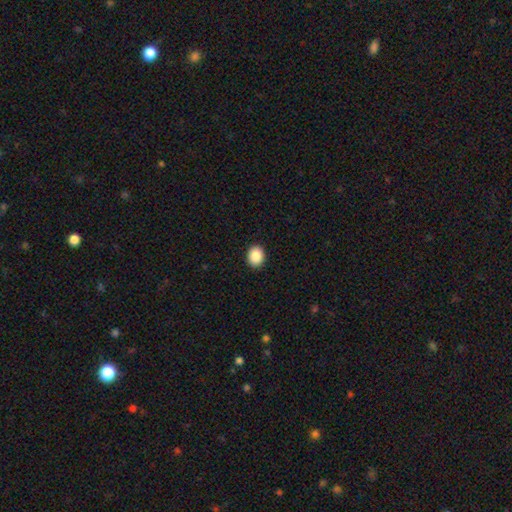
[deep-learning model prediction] Q: Smooth or featured?
A: smooth (89%); runner-up: star or artifact (8%)
Q: How rounded?
A: round (52%); runner-up: in between (47%)
Q: Merging?
A: none (92%); runner-up: minor disturbance (6%)